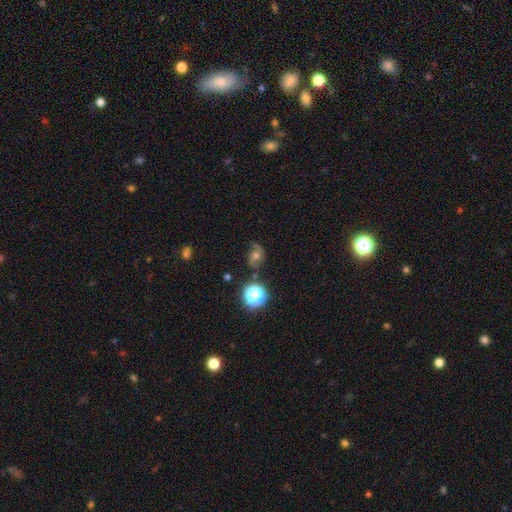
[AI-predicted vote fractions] This is possibly a featured or disk galaxy (50%). Merging: likely none (66%).